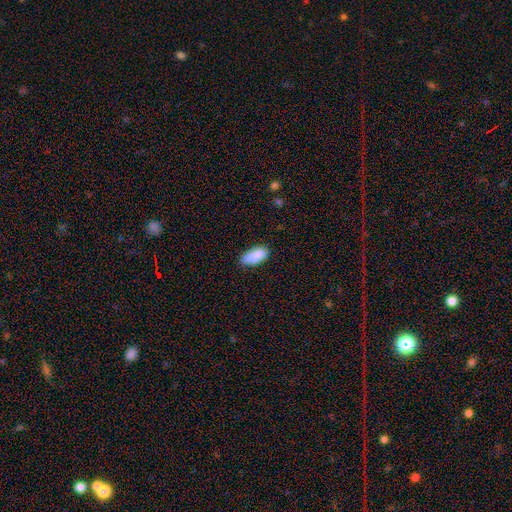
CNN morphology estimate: A smooth galaxy with no disk features (83%) that is in between round and cigar-shaped (91%). Merging: none (62%).